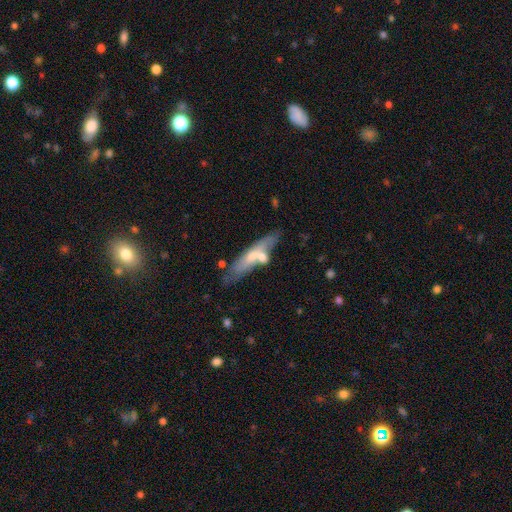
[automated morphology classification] smooth 54%, featured or disk 40%, star or artifact 6%. Down the decision tree: how rounded — cigar-shaped (69%); merging — none (47%).